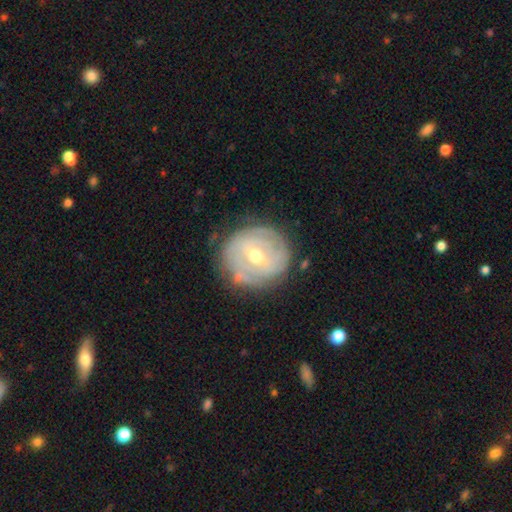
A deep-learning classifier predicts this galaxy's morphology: type=featured or disk (74%); edge-on=no (97%); bar=weak (53%); spiral arms=yes (76%); winding=tight (75%); arm count=can't tell (51%); bulge=moderate (67%); merging=none (77%).